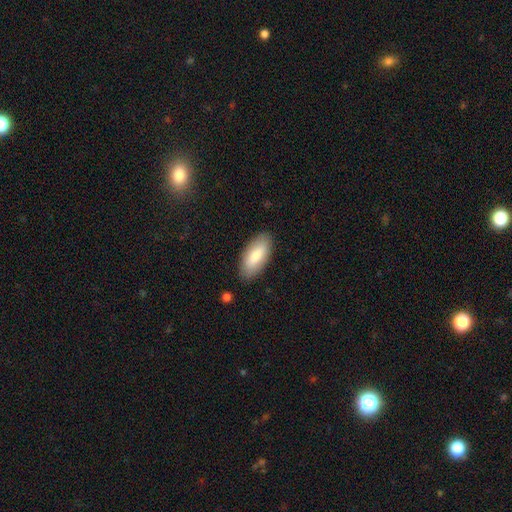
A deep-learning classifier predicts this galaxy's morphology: Smooth or featured? Predicted: smooth (p=0.80). How rounded? Predicted: in between (p=0.87). Merging? Predicted: none (p=0.87).